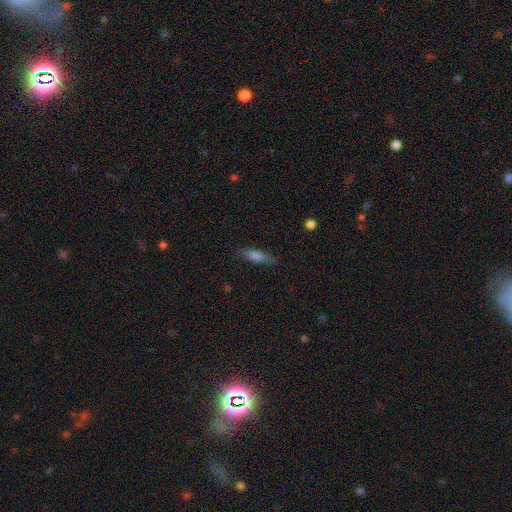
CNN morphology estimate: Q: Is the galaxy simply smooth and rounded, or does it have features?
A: smooth — 71%.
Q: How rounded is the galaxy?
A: cigar-shaped — 62%.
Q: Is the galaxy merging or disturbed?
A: none — 78%.